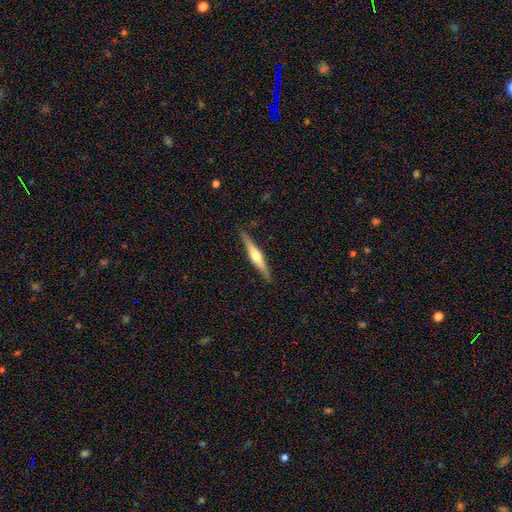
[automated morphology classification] Smooth or featured? Predicted: featured or disk (p=0.63). Edge-on disk? Predicted: yes (p=0.97). Edge-on bulge? Predicted: rounded (p=0.86). Merging? Predicted: none (p=0.89).